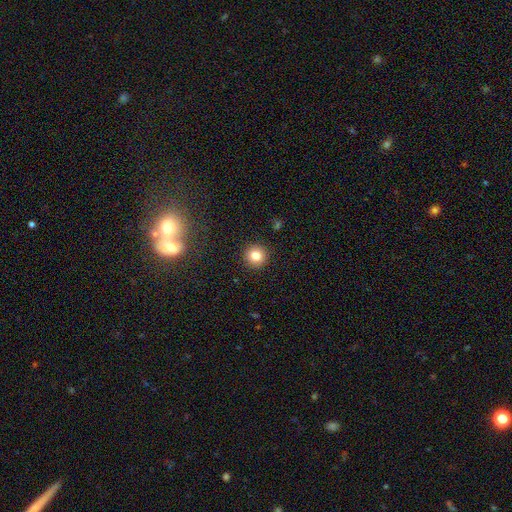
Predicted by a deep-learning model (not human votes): A smooth galaxy with no disk features (82%) that is round (95%).

Vote fractions:
- Smooth or featured? smooth: 82% / star or artifact: 12% / featured or disk: 6%
- How rounded? round: 95% / in between: 4% / cigar-shaped: 1%
- Merging? none: 92% / minor disturbance: 5% / major disturbance: 2% / merger: 1%